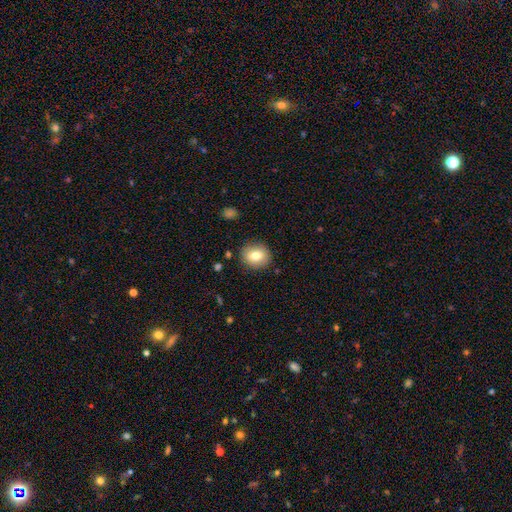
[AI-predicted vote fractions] Smooth or featured?
  - smooth: 77% *
  - featured or disk: 13%
  - star or artifact: 9%
How rounded?
  - round: 77% *
  - in between: 22%
  - cigar-shaped: 1%
Merging?
  - none: 87% *
  - minor disturbance: 9%
  - major disturbance: 2%
  - merger: 1%